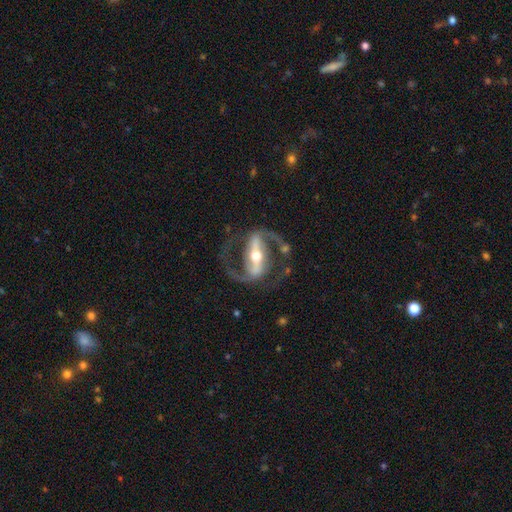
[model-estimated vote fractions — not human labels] Smooth or featured: featured or disk — 93% (star or artifact — 4%)
Edge-on disk: no — 95% (yes — 5%)
Bar: strong — 78% (weak — 15%)
Spiral arms: yes — 96% (no — 4%)
Spiral winding: medium — 61% (loose — 22%)
Spiral arm count: 2 — 94% (1 — 2%)
Bulge size: moderate — 67% (small — 24%)
Merging: none — 76% (minor disturbance — 11%)